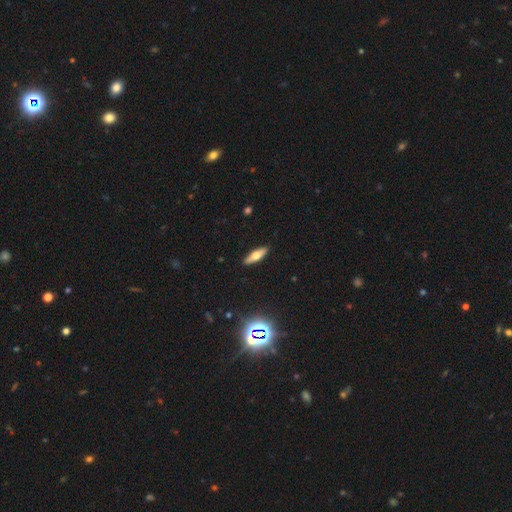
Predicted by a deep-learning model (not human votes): The model was most divided on "how rounded": cigar-shaped: 53%, in between: 44%, round: 3%. More confident: merging — none (90%); smooth or featured — smooth (53%).